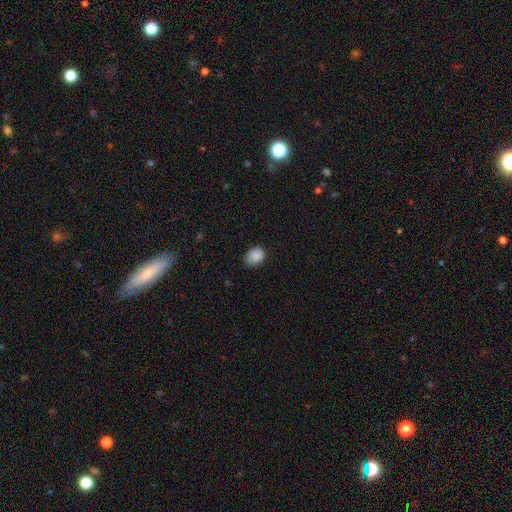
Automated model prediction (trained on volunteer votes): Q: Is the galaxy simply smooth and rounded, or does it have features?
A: smooth — 88%.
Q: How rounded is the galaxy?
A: in between — 54%.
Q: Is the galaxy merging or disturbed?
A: none — 75%.